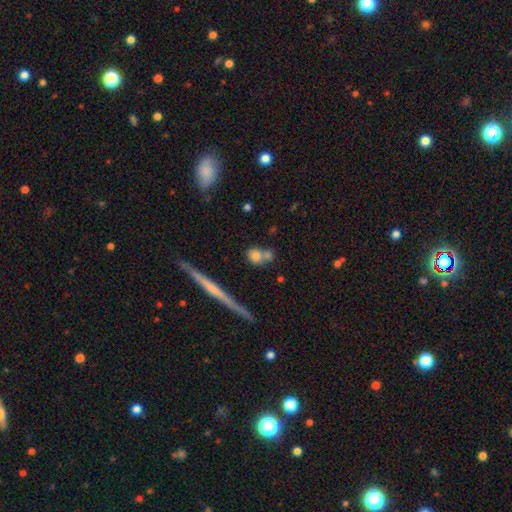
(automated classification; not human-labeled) Smooth or featured?
  - smooth: 72% *
  - featured or disk: 17%
  - star or artifact: 11%
How rounded?
  - round: 69% *
  - in between: 21%
  - cigar-shaped: 10%
Merging?
  - none: 48% *
  - merger: 37%
  - minor disturbance: 10%
  - major disturbance: 5%